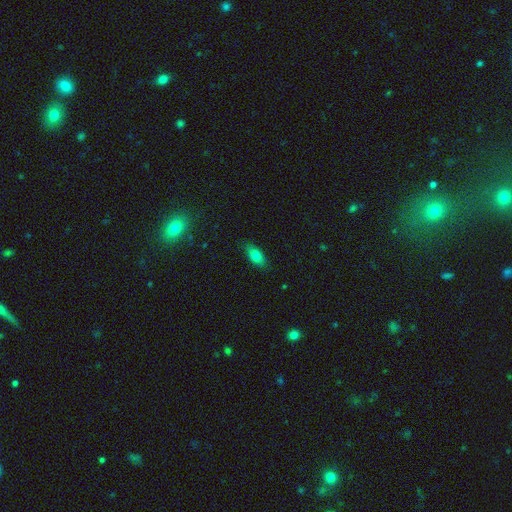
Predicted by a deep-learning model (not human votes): This appears to be a smooth galaxy with no disk features (77%) that is in between round and cigar-shaped (84%). Merging: none (84%).